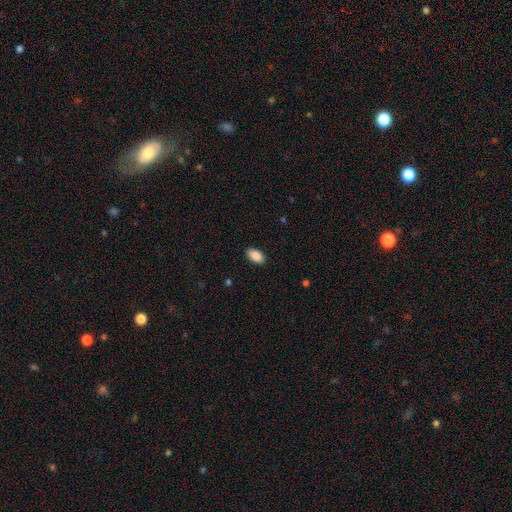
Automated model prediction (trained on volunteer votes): smooth 90%, star or artifact 7%, featured or disk 3%. Down the decision tree: how rounded — in between (94%); merging — none (89%).